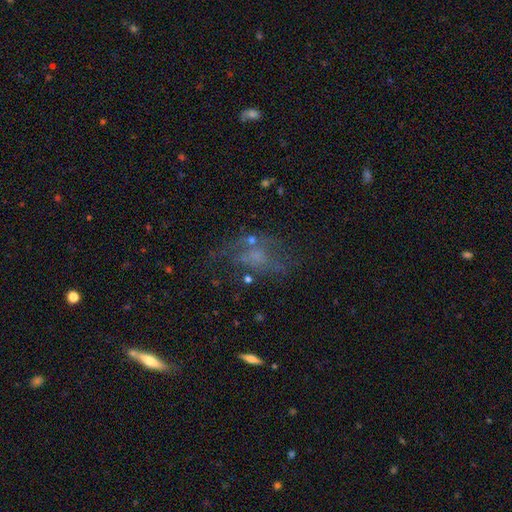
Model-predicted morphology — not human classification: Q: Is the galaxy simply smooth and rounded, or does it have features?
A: featured or disk — 47%.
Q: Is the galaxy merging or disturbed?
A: none — 46%.